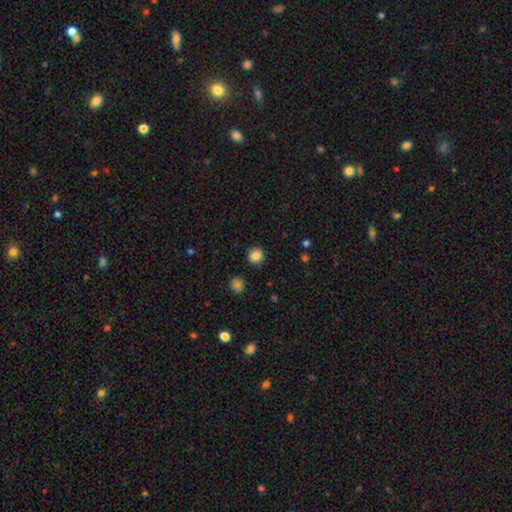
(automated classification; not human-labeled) Smooth or featured? smooth (85%)
How rounded? round (84%)
Merging? none (90%)